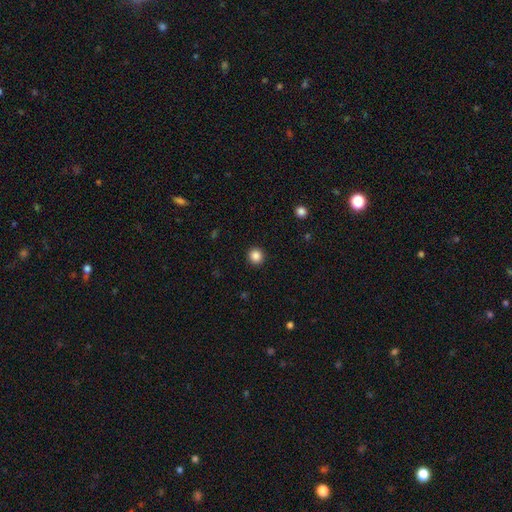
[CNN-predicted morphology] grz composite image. It shows a smooth galaxy with no disk features (86%) that is round (92%). Merging: none (92%).